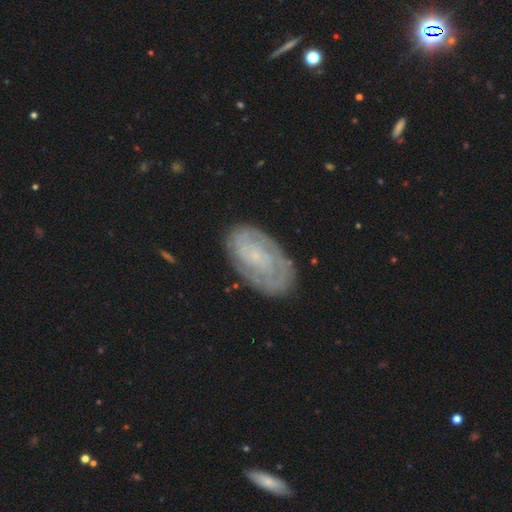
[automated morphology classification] Q: Smooth or featured?
A: featured or disk (67%); runner-up: smooth (24%)
Q: Edge-on disk?
A: no (95%); runner-up: yes (5%)
Q: Bar?
A: no (73%); runner-up: weak (22%)
Q: Spiral arms?
A: yes (82%); runner-up: no (18%)
Q: Spiral winding?
A: tight (69%); runner-up: medium (23%)
Q: Spiral arm count?
A: can't tell (52%); runner-up: 2 (25%)
Q: Bulge size?
A: small (68%); runner-up: none (18%)
Q: Merging?
A: none (76%); runner-up: minor disturbance (17%)